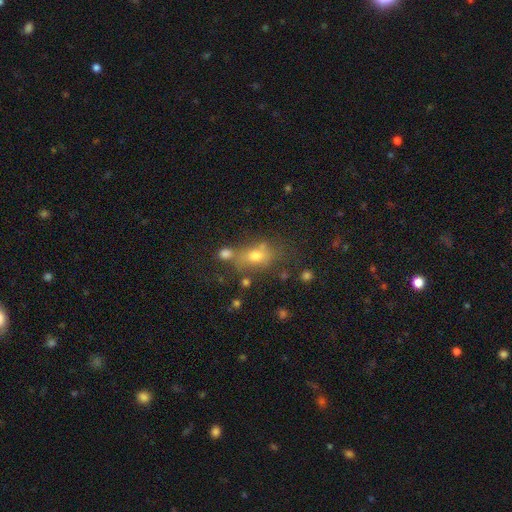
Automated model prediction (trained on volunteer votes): Overall: smooth (64%). How rounded: in between (66%; round 30%). Merging: none (47%; merger 25%).